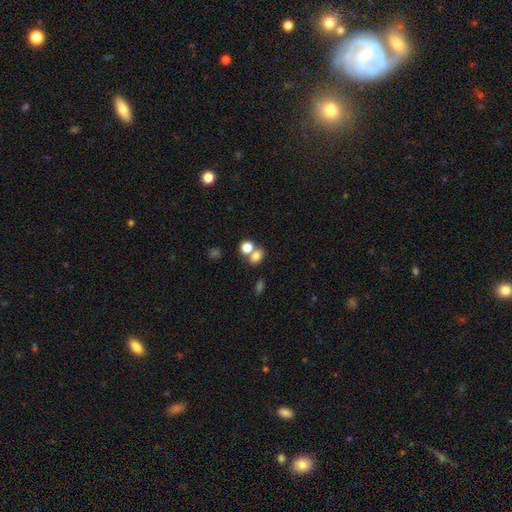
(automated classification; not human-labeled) smooth-or-featured: smooth: 76% | star or artifact: 14% | featured or disk: 10%
  how-rounded: in between: 54% | round: 45% | cigar-shaped: 1%
  merging: none: 44% | merger: 43% | minor disturbance: 9% | major disturbance: 4%